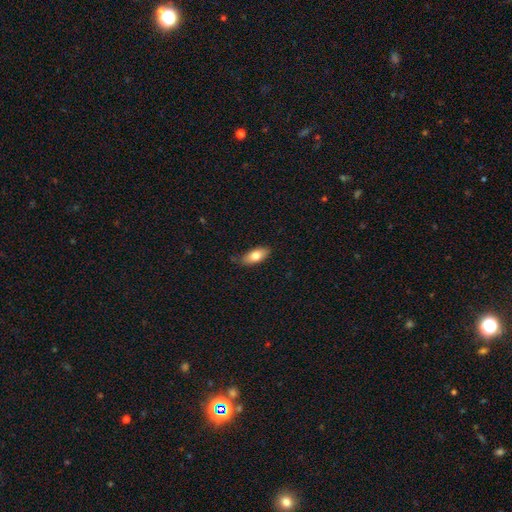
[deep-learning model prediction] Smooth or featured? Predicted: smooth (p=0.77). How rounded? Predicted: in between (p=0.85). Merging? Predicted: none (p=0.77).